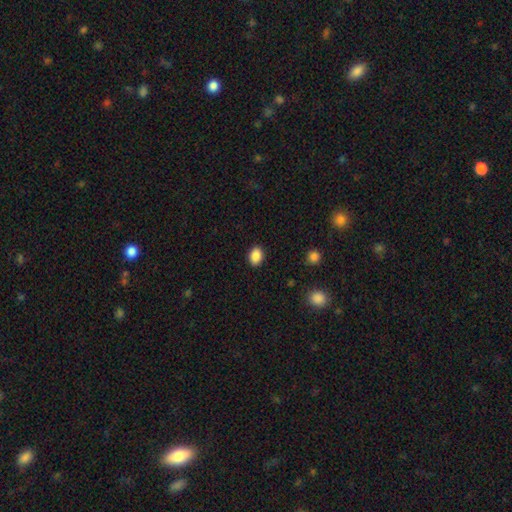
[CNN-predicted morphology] type=smooth (89%); roundness=in between (71%); merging=none (89%).